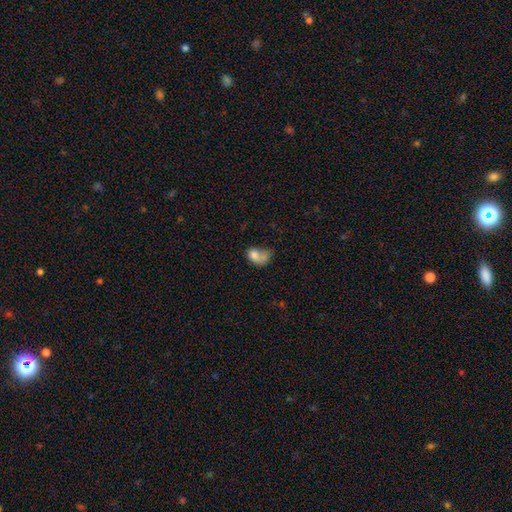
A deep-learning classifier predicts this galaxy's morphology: type=smooth (72%); roundness=in between (70%); merging=major disturbance (32%).